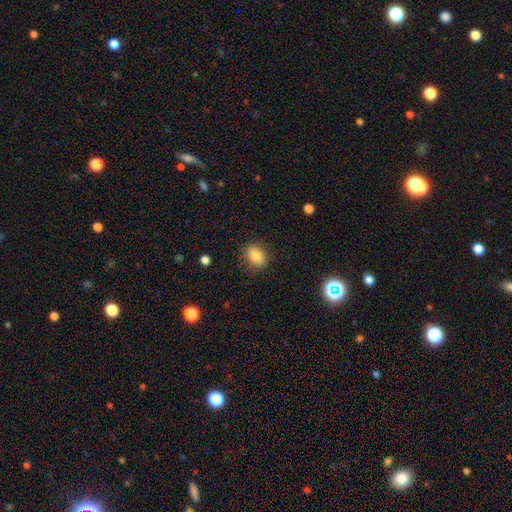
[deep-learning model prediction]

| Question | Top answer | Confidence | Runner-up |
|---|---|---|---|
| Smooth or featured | smooth | 81% | star or artifact (10%) |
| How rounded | in between | 57% | round (42%) |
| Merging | none | 85% | minor disturbance (11%) |